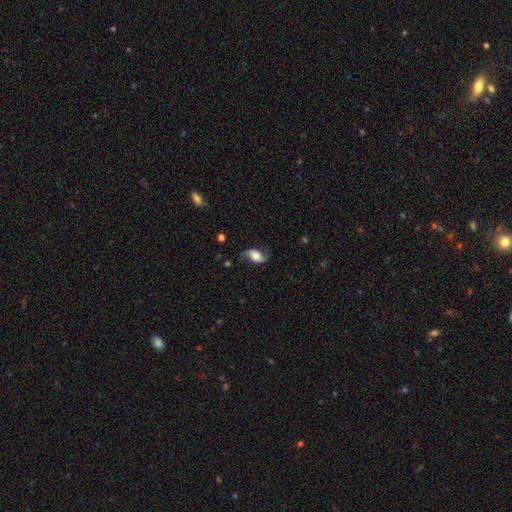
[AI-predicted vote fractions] smooth_or_featured: featured or disk (p=0.55) [alt: smooth p=0.36]
disk_edge_on: no (p=0.95) [alt: yes p=0.05]
bar: no (p=0.59) [alt: weak p=0.29]
has_spiral_arms: yes (p=0.90) [alt: no p=0.10]
bulge_size: large (p=0.40) [alt: moderate p=0.21]
merging: none (p=0.64) [alt: minor disturbance p=0.23]